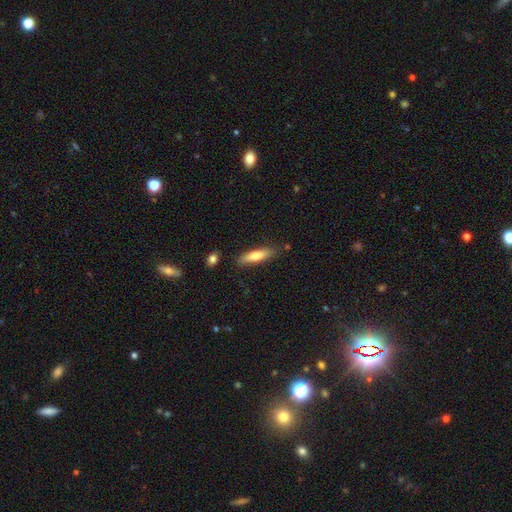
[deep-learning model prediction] smooth-or-featured: smooth: 74% | featured or disk: 20% | star or artifact: 6%
  how-rounded: cigar-shaped: 72% | in between: 27% | round: 1%
  merging: none: 82% | minor disturbance: 13% | merger: 3% | major disturbance: 3%